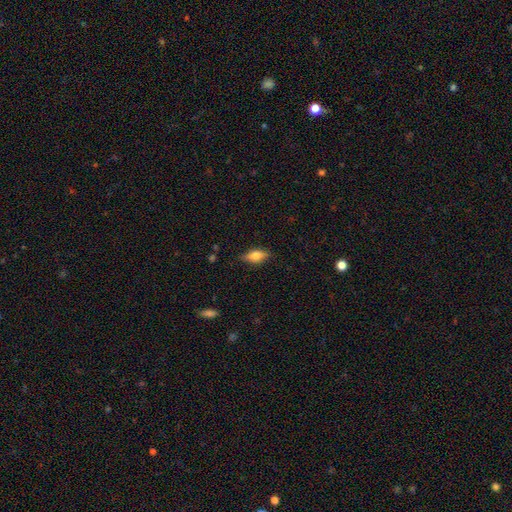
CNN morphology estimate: Smooth or featured? Predicted: smooth (p=0.67). How rounded? Predicted: in between (p=0.75). Merging? Predicted: none (p=0.82).